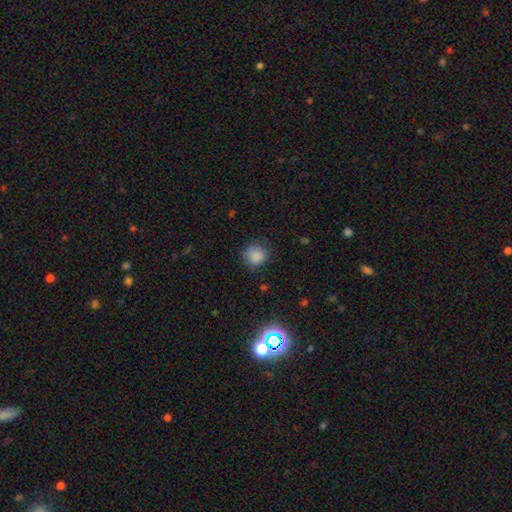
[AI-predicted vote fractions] A smooth galaxy with no disk features (83%) that is round (85%). Merging: none (77%).